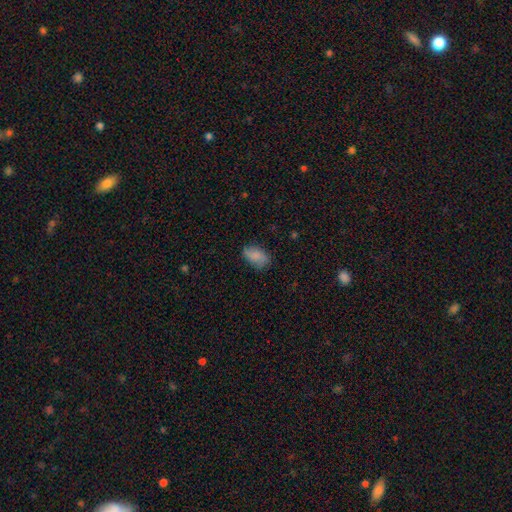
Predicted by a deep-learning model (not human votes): A smooth galaxy with no disk features (80%) that is in between round and cigar-shaped (90%). Merging: none (71%).